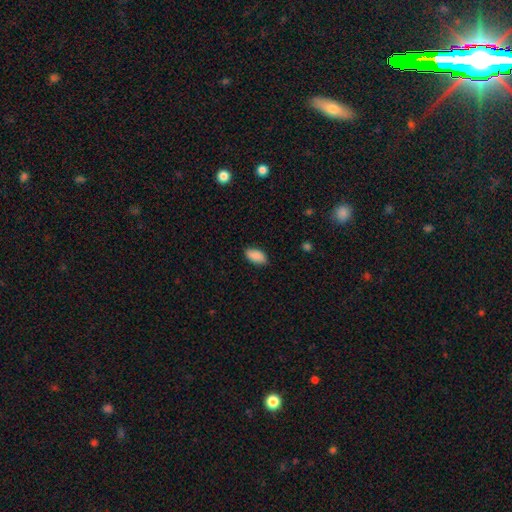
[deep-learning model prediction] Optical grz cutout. It shows a smooth galaxy with no disk features (88%) that is in between round and cigar-shaped (93%). Merging: none (85%).